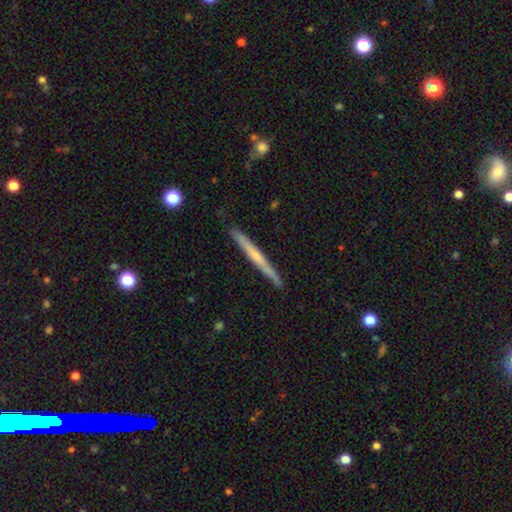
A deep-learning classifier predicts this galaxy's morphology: The model was most divided on "smooth or featured": featured or disk: 55%, smooth: 39%, star or artifact: 6%. More confident: edge-on disk — yes (97%); merging — none (89%); edge-on bulge — none (57%).